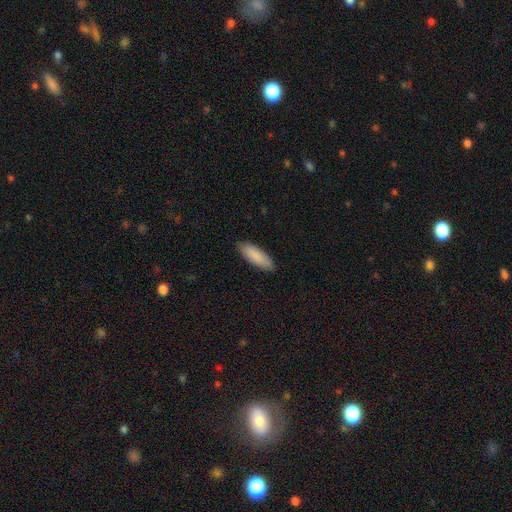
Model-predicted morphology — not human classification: Overall: smooth (88%). How rounded: in between (59%; cigar-shaped 40%). Merging: none (88%).